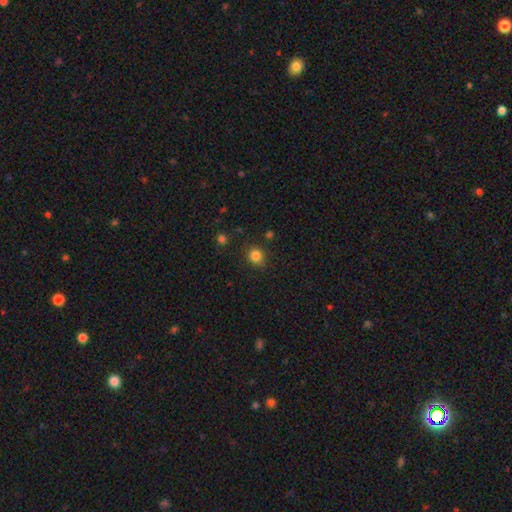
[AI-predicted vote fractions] Smooth or featured? smooth (83%)
How rounded? round (77%)
Merging? none (85%)